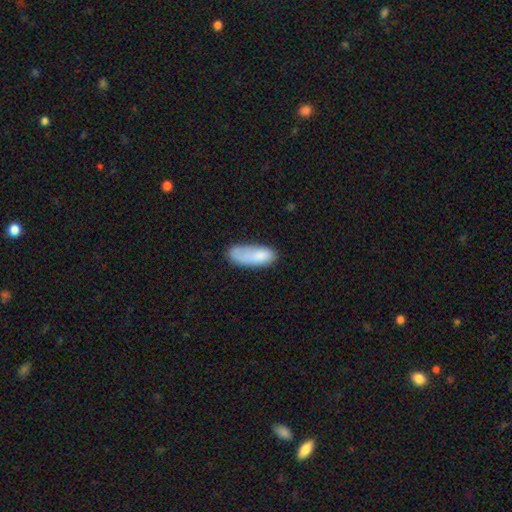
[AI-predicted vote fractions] smooth 79%, featured or disk 14%, star or artifact 7%. Down the decision tree: how rounded — in between (76%); merging — none (45%).